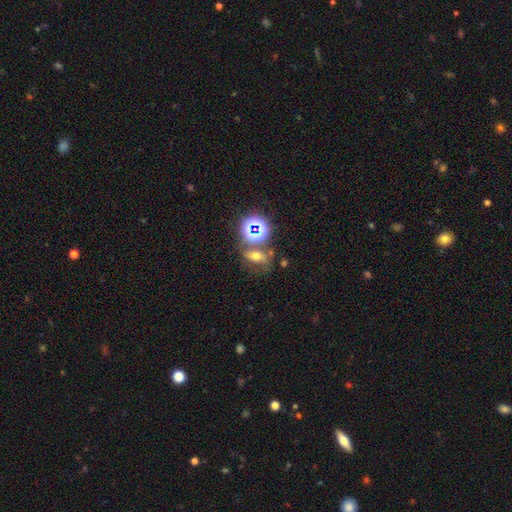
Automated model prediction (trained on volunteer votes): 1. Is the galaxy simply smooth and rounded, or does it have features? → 41% smooth, 29% featured or disk, 29% star or artifact.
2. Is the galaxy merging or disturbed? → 51% none, 22% merger, 16% minor disturbance, 11% major disturbance.